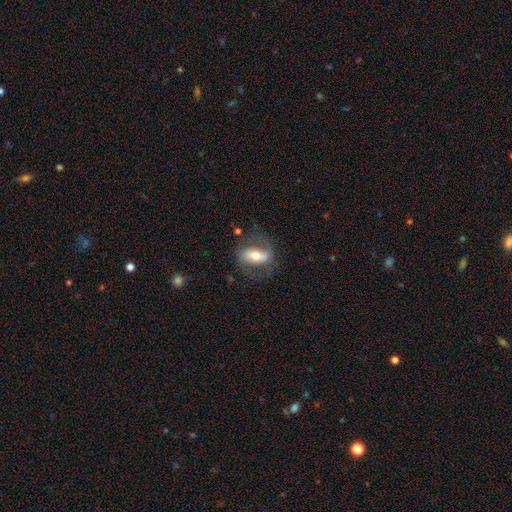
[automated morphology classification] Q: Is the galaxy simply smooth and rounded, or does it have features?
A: featured or disk — 59%.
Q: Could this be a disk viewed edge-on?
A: no — 87%.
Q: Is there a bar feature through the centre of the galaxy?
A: strong — 49%.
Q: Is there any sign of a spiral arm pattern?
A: yes — 72%.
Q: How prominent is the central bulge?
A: moderate — 65%.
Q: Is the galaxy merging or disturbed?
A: none — 67%.